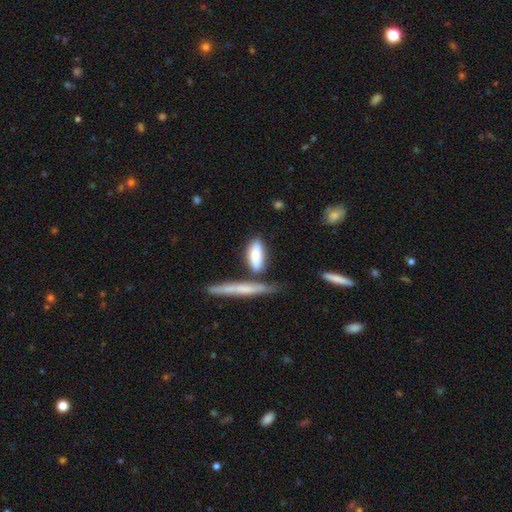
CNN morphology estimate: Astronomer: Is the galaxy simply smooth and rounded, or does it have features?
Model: smooth — 76%.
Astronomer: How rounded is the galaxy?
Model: in between — 64%.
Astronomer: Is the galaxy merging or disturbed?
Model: none — 50%.